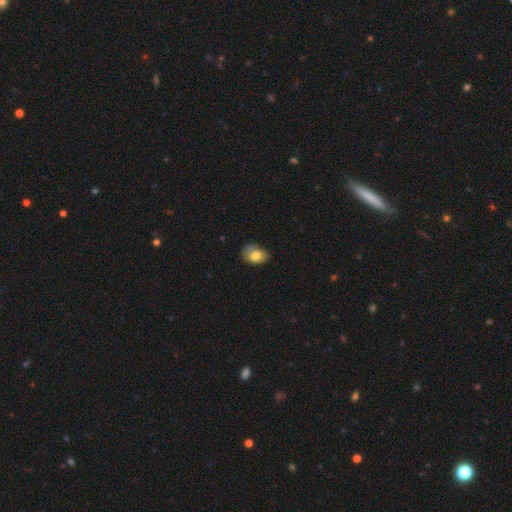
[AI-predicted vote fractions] Smooth or featured: smooth — 73% (featured or disk — 19%)
How rounded: in between — 71% (round — 27%)
Merging: none — 49% (minor disturbance — 35%)